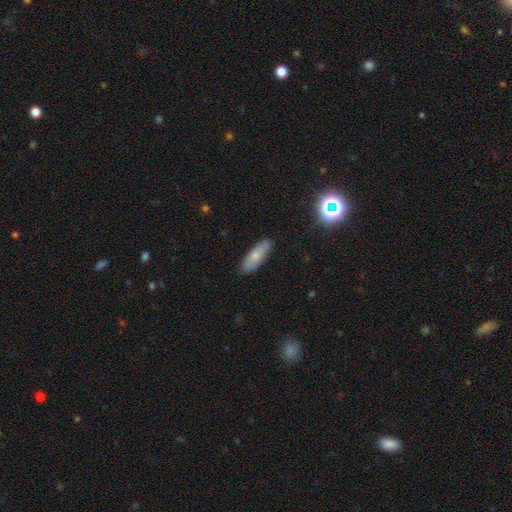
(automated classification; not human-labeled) Smooth or featured? smooth (74%)
How rounded? in between (53%)
Merging? none (87%)